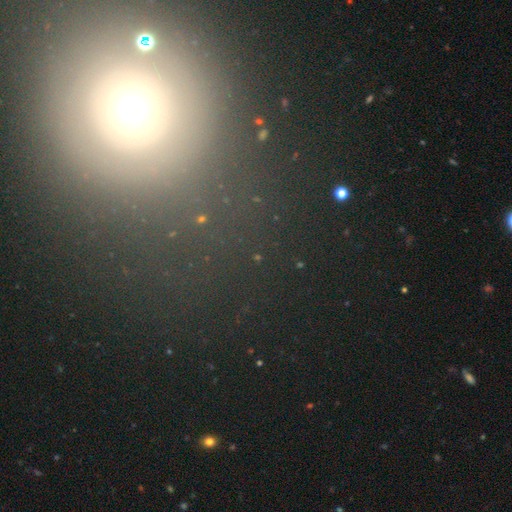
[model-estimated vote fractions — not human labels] smooth-or-featured: smooth: 43% | star or artifact: 34% | featured or disk: 23%
  merging: none: 76% | minor disturbance: 11% | major disturbance: 8% | merger: 5%